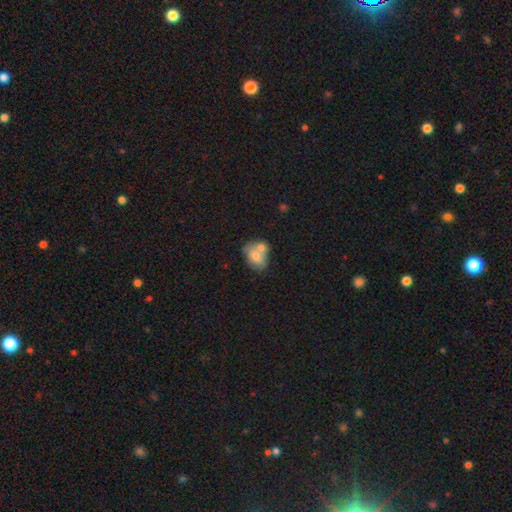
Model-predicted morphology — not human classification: This is likely a smooth galaxy (70%). How rounded: likely in between (68%). Merging: possibly merger (50%).